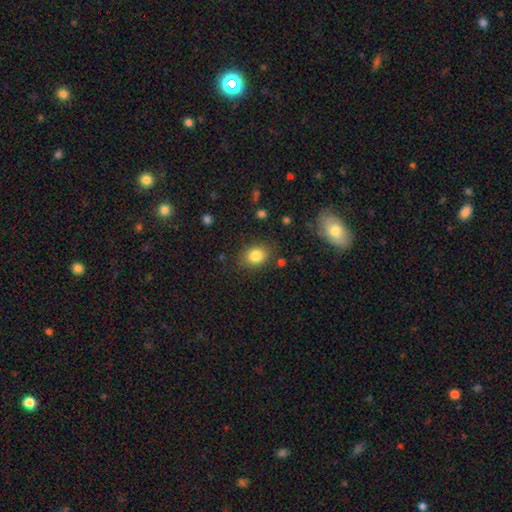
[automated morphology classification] Q: Smooth or featured?
A: smooth (83%); runner-up: star or artifact (10%)
Q: How rounded?
A: in between (51%); runner-up: round (48%)
Q: Merging?
A: none (82%); runner-up: minor disturbance (12%)